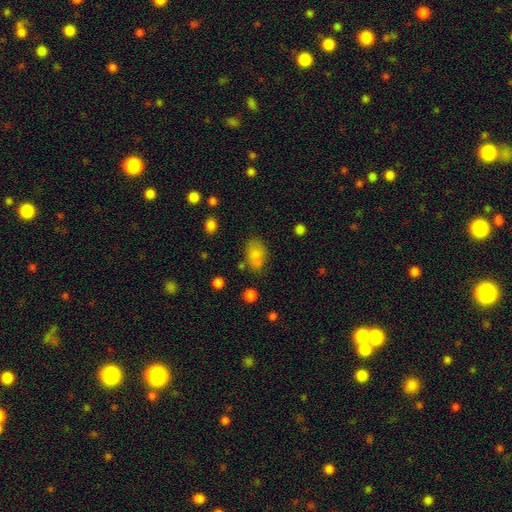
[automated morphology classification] The model was most divided on "merging": none: 53%, merger: 21%, minor disturbance: 18%, major disturbance: 8%. More confident: smooth or featured — smooth (76%); how rounded — in between (75%).